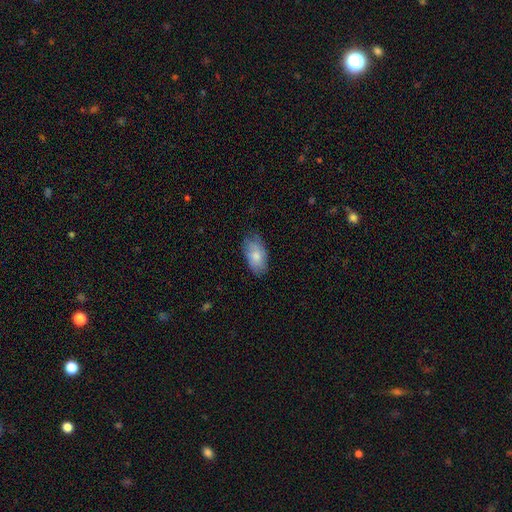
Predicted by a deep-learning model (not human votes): Smooth or featured?
  - smooth: 76% *
  - featured or disk: 18%
  - star or artifact: 6%
How rounded?
  - in between: 94% *
  - round: 4%
  - cigar-shaped: 2%
Merging?
  - none: 71% *
  - minor disturbance: 23%
  - major disturbance: 5%
  - merger: 1%